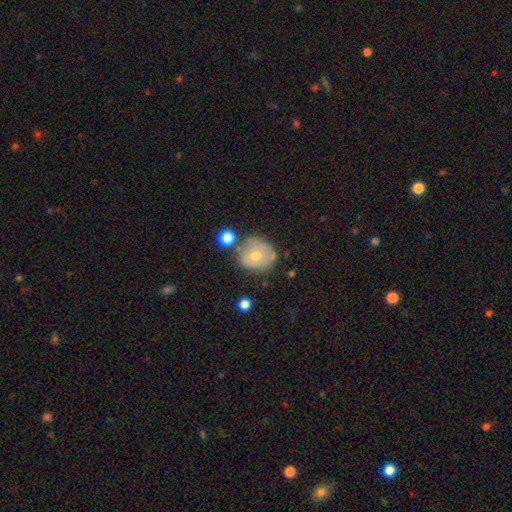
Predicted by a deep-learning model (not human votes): Smooth or featured?
  - smooth: 58% *
  - featured or disk: 32%
  - star or artifact: 10%
How rounded?
  - round: 86% *
  - in between: 13%
  - cigar-shaped: 1%
Merging?
  - none: 65% *
  - minor disturbance: 19%
  - merger: 10%
  - major disturbance: 6%